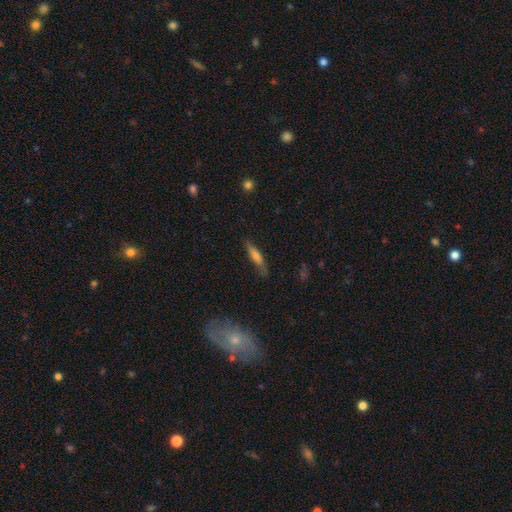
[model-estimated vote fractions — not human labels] The model was most divided on "smooth or featured": smooth: 61%, featured or disk: 30%, star or artifact: 9%. More confident: how rounded — cigar-shaped (79%); merging — none (74%).